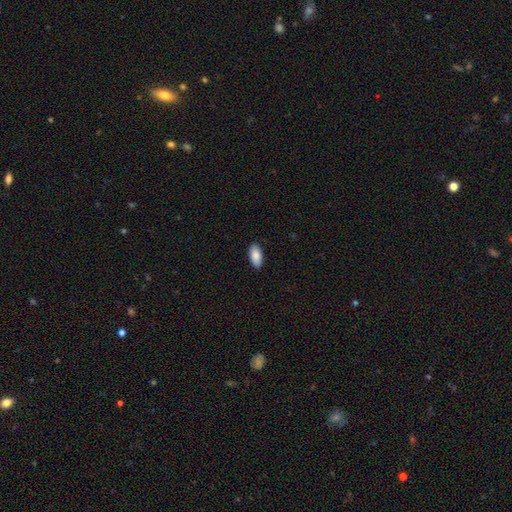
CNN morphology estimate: smooth 87%, featured or disk 6%, star or artifact 6%. Down the decision tree: how rounded — in between (92%); merging — none (88%).